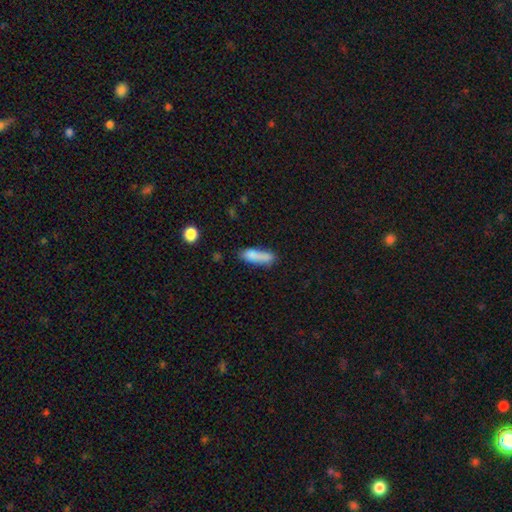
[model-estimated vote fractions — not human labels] The model was most divided on "how rounded": cigar-shaped: 55%, in between: 43%, round: 2%. More confident: smooth or featured — smooth (80%); merging — none (51%).